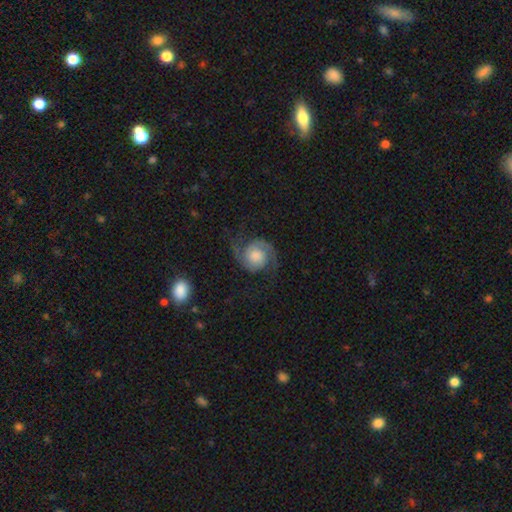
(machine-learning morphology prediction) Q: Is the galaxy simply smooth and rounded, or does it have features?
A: featured or disk — 85%.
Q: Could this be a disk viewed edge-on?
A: no — 98%.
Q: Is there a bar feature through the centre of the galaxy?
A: no — 74%.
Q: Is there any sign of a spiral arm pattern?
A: yes — 98%.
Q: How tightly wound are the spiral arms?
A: medium — 48%.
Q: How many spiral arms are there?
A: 2 — 94%.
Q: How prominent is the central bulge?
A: moderate — 34%.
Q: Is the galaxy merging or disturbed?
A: none — 77%.